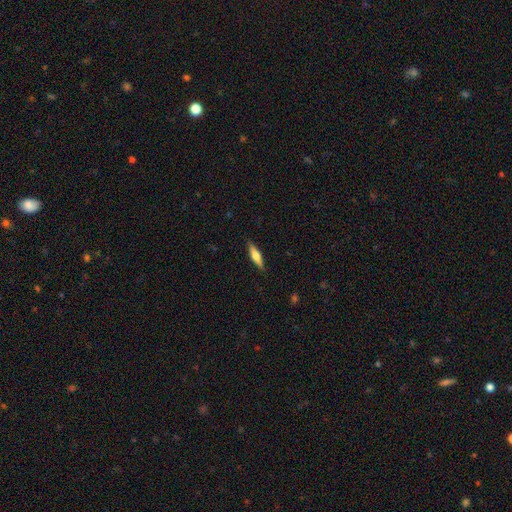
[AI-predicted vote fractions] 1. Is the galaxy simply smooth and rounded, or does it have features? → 48% featured or disk, 46% smooth, 6% star or artifact.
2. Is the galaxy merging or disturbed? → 88% none, 9% minor disturbance, 2% major disturbance, 1% merger.